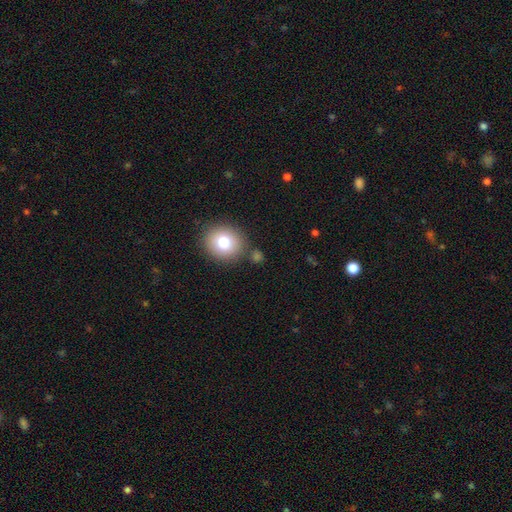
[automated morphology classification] This is likely a smooth galaxy (72%). How rounded: clearly round (80%). Merging: clearly none (82%).